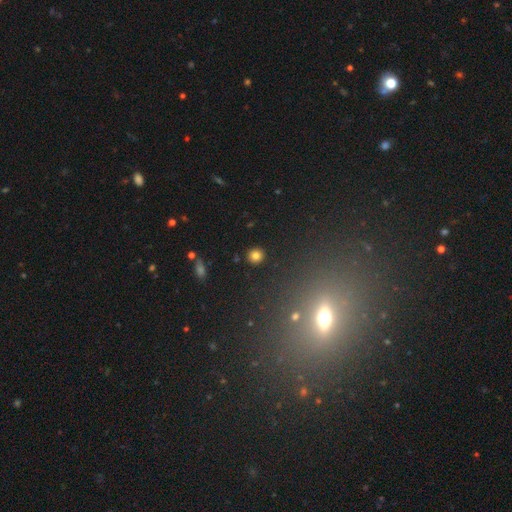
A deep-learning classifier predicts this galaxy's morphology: The model was most divided on "smooth or featured": smooth: 82%, star or artifact: 13%, featured or disk: 5%. More confident: merging — none (91%); how rounded — round (91%).